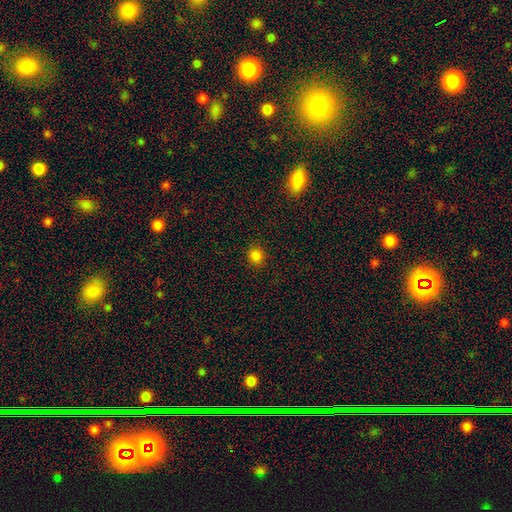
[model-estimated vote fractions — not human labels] Morphology: type=smooth (83%); roundness=round (83%); merging=none (90%).